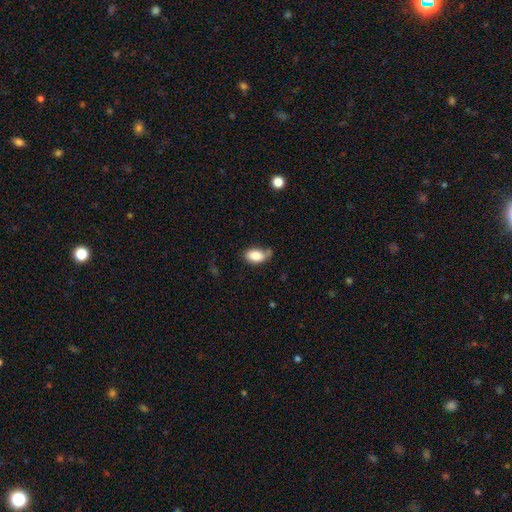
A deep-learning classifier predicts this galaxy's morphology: Smooth or featured: smooth — 84% (featured or disk — 9%)
How rounded: in between — 92% (round — 6%)
Merging: none — 53% (minor disturbance — 31%)